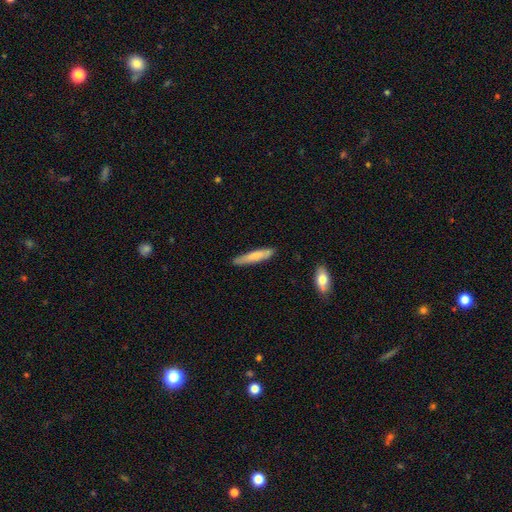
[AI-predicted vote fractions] smooth 70%, featured or disk 24%, star or artifact 6%. Down the decision tree: how rounded — cigar-shaped (87%); merging — none (83%).